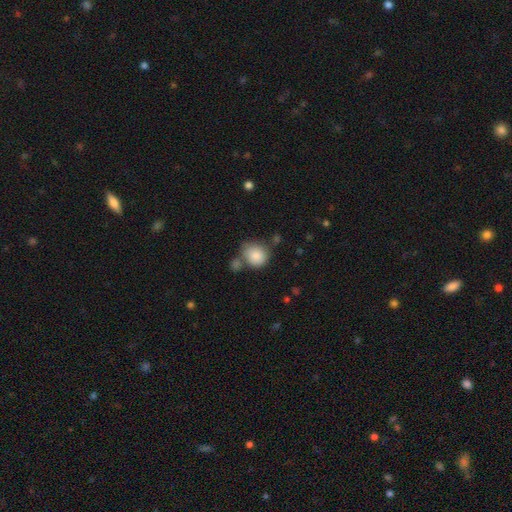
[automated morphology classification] A smooth galaxy with no disk features (85%) that is round (78%).

Vote fractions:
- Smooth or featured? smooth: 85% / star or artifact: 8% / featured or disk: 7%
- How rounded? round: 78% / in between: 21% / cigar-shaped: 1%
- Merging? none: 54% / merger: 22% / minor disturbance: 18% / major disturbance: 6%